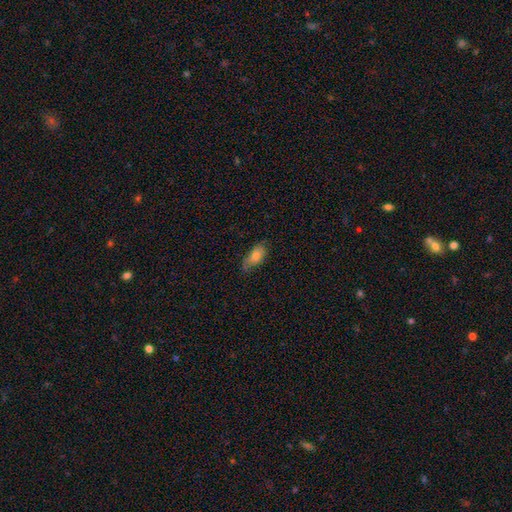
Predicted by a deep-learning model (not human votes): Q: Smooth or featured?
A: smooth (75%); runner-up: featured or disk (18%)
Q: How rounded?
A: in between (85%); runner-up: cigar-shaped (11%)
Q: Merging?
A: none (62%); runner-up: minor disturbance (30%)